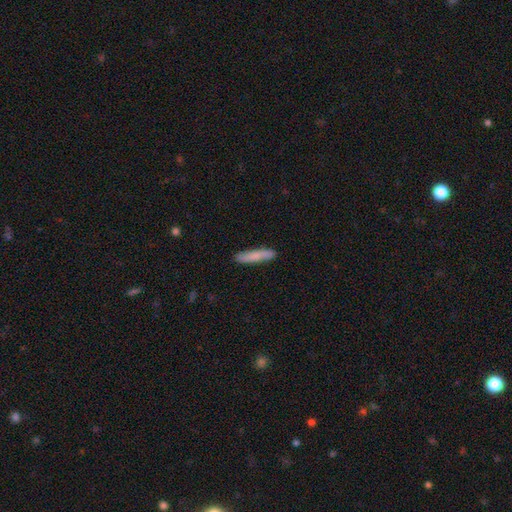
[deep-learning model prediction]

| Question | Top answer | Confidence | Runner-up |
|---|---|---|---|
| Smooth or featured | smooth | 79% | featured or disk (16%) |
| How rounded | cigar-shaped | 90% | in between (8%) |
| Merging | none | 89% | minor disturbance (8%) |